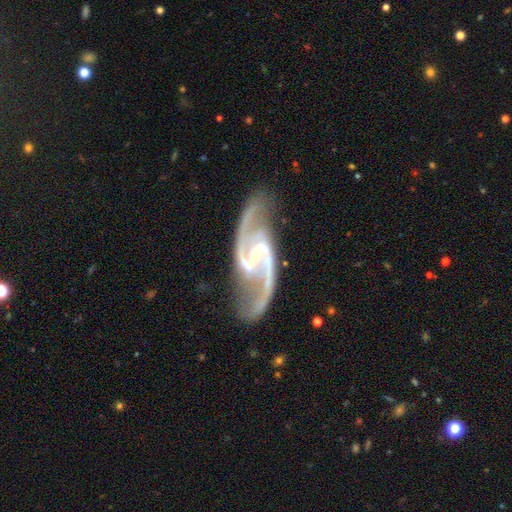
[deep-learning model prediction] Smooth or featured? featured or disk (94%)
Edge-on disk? no (97%)
Bar? strong (46%)
Spiral arms? yes (98%)
Spiral winding? medium (53%)
Spiral arm count? 2 (94%)
Bulge size? small (72%)
Merging? none (78%)